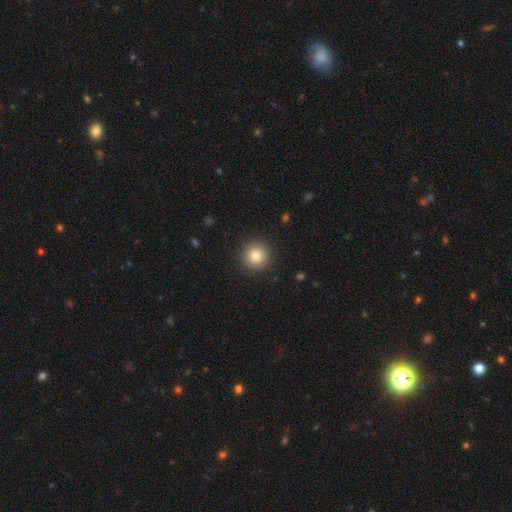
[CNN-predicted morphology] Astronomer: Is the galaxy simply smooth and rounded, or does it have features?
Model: smooth — 81%.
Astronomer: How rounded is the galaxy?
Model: round — 95%.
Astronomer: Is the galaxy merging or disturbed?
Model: none — 92%.